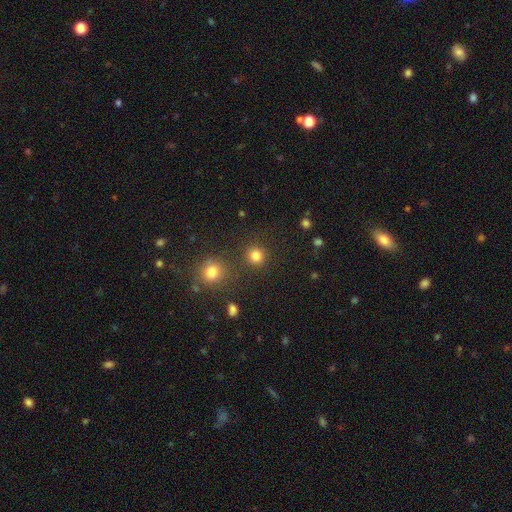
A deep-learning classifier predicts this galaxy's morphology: Smooth or featured? Predicted: smooth (p=0.82). How rounded? Predicted: round (p=0.93). Merging? Predicted: none (p=0.87).